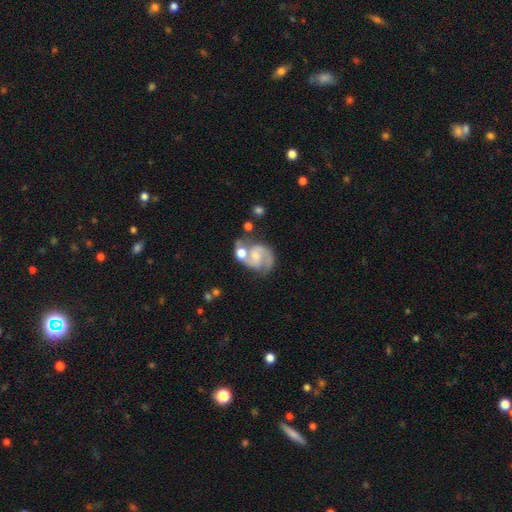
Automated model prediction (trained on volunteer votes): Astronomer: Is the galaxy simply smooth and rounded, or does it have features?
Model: featured or disk — 83%.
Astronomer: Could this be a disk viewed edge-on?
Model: no — 98%.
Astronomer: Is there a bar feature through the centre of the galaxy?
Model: no — 47% (runner-up: weak, 42%).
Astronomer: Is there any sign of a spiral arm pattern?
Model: yes — 95%.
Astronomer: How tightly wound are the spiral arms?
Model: medium — 55%.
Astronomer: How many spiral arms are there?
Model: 2 — 83%.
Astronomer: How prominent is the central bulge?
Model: small — 42% (runner-up: moderate, 41%).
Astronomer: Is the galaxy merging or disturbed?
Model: none — 38% (runner-up: merger, 36%).